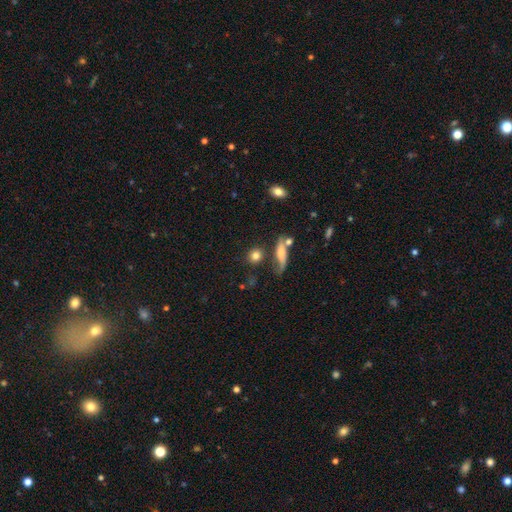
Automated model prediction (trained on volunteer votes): Smooth or featured? smooth (79%)
How rounded? round (76%)
Merging? none (69%)